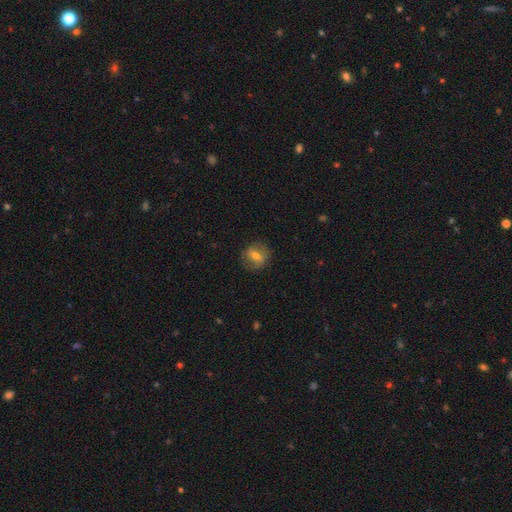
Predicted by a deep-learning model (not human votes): The model was most divided on "smooth or featured": smooth: 53%, featured or disk: 38%, star or artifact: 9%. More confident: merging — none (81%); how rounded — round (68%).